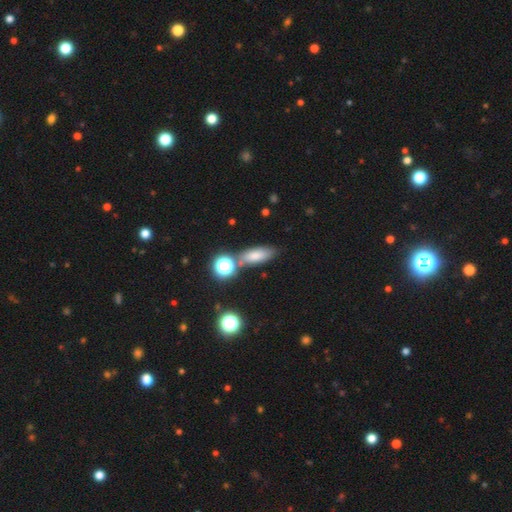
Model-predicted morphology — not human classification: smooth-or-featured: smooth: 65% | star or artifact: 21% | featured or disk: 14%
  how-rounded: in between: 62% | cigar-shaped: 27% | round: 11%
  merging: none: 67% | merger: 14% | minor disturbance: 14% | major disturbance: 5%